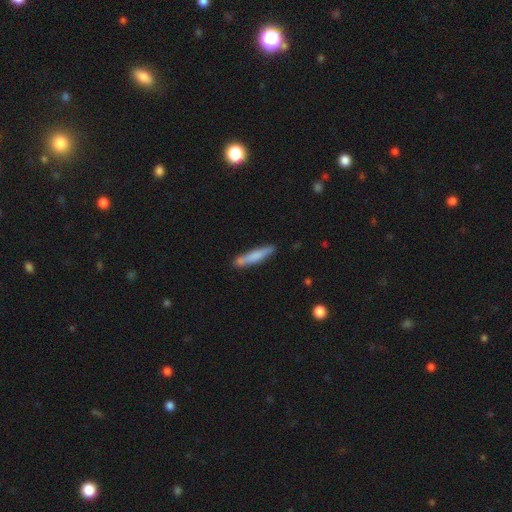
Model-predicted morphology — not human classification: type=smooth (74%); roundness=cigar-shaped (90%); merging=none (82%).